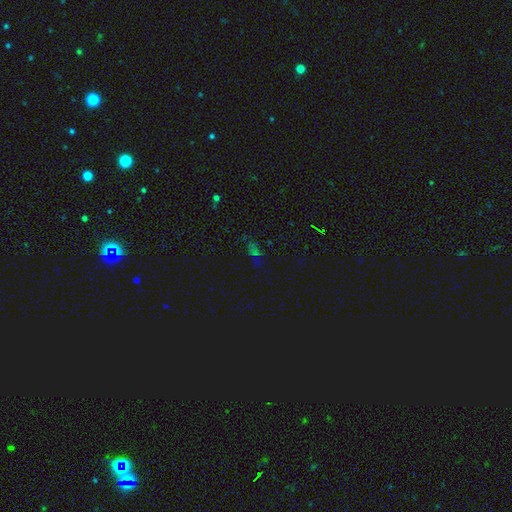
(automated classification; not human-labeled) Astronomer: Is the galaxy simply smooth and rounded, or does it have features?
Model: star or artifact — 57%.